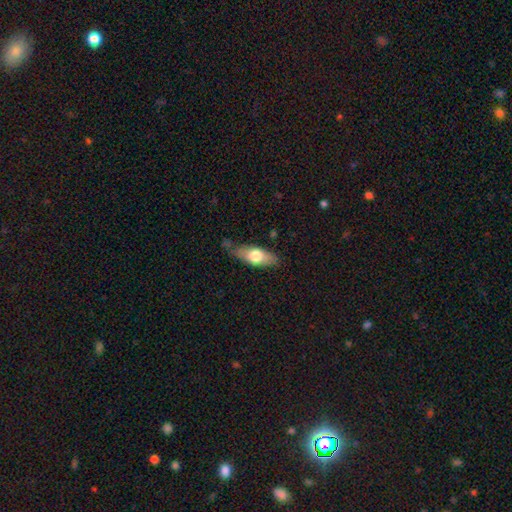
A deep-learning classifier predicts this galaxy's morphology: type=smooth (63%); roundness=in between (71%); merging=none (65%).